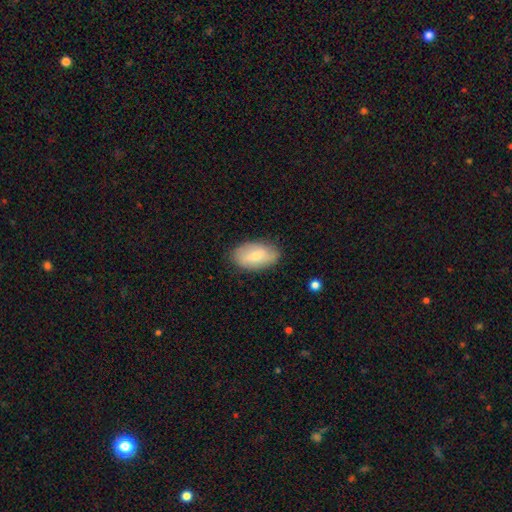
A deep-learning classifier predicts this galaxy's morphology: Q: Smooth or featured?
A: smooth (66%); runner-up: featured or disk (28%)
Q: How rounded?
A: in between (93%); runner-up: round (5%)
Q: Merging?
A: none (82%); runner-up: minor disturbance (14%)